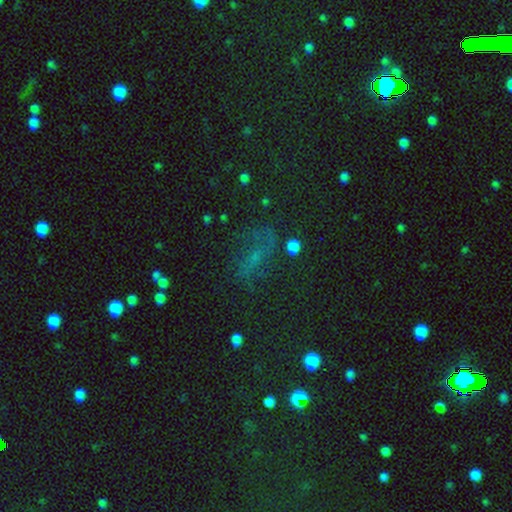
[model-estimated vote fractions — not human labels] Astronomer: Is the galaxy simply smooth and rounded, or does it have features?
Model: star or artifact — 46% (runner-up: smooth, 35%).